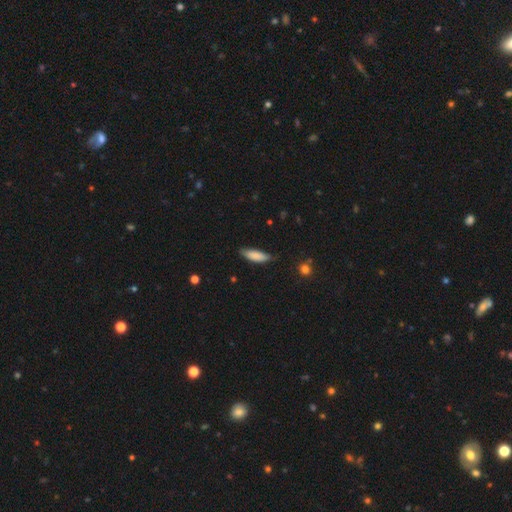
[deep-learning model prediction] Morphology: type=smooth (84%); roundness=in between (51%); merging=none (74%).